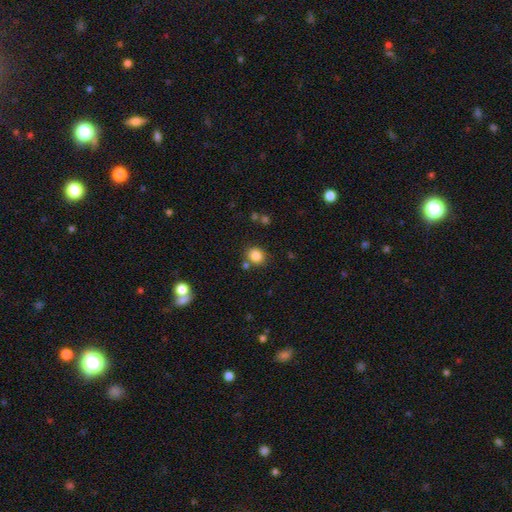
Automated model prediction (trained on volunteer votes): Q: Smooth or featured?
A: smooth (84%); runner-up: star or artifact (11%)
Q: How rounded?
A: round (70%); runner-up: in between (29%)
Q: Merging?
A: none (76%); runner-up: minor disturbance (11%)